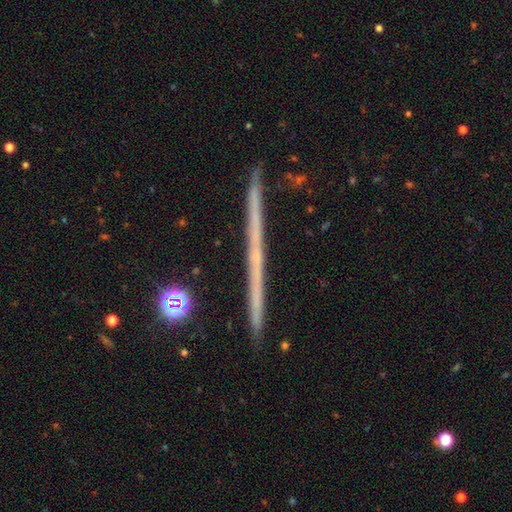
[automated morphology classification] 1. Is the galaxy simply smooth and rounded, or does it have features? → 66% featured or disk, 25% smooth, 9% star or artifact.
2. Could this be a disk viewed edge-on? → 98% yes, 2% no.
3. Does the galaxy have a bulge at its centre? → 85% none, 11% rounded, 4% boxy.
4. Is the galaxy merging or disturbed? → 91% none, 6% minor disturbance, 1% merger, 1% major disturbance.